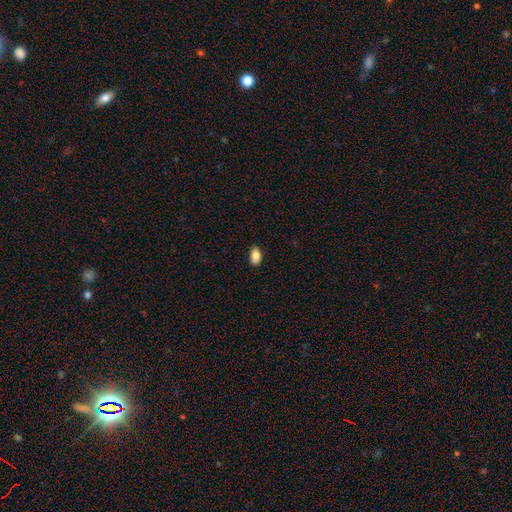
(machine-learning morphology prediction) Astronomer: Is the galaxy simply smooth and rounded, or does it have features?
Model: smooth — 83%.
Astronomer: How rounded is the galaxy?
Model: in between — 90%.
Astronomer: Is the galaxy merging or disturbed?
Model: none — 81%.